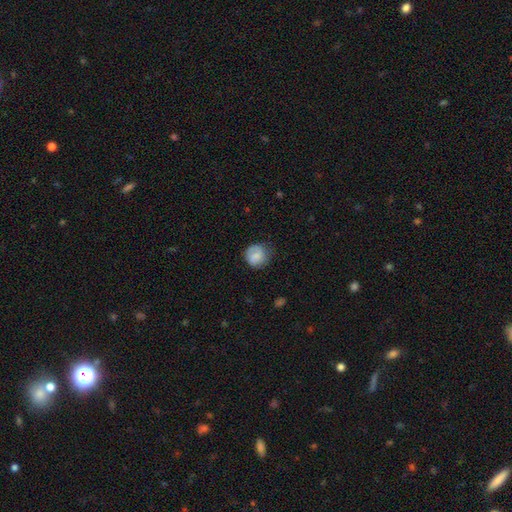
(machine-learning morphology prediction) The model was most divided on "merging": none: 67%, minor disturbance: 24%, major disturbance: 8%, merger: 1%. More confident: how rounded — round (86%); smooth or featured — smooth (73%).